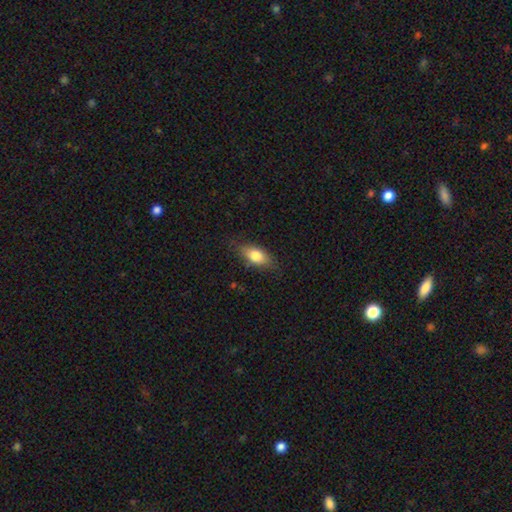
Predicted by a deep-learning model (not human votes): Q: Smooth or featured?
A: smooth (76%); runner-up: featured or disk (17%)
Q: How rounded?
A: in between (83%); runner-up: cigar-shaped (12%)
Q: Merging?
A: none (79%); runner-up: minor disturbance (16%)